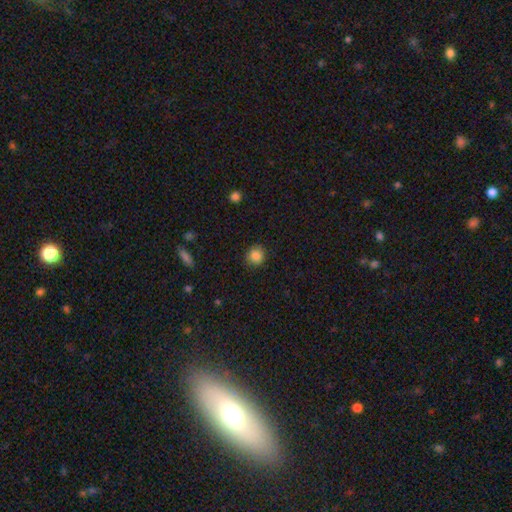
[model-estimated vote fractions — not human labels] smooth_or_featured: smooth (p=0.86) [alt: star or artifact p=0.10]
how_rounded: round (p=0.87) [alt: in between p=0.12]
merging: none (p=0.88) [alt: minor disturbance p=0.09]